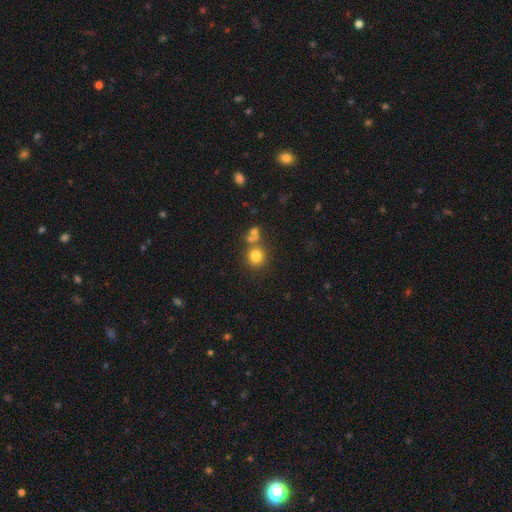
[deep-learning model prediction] Smooth or featured? smooth (79%)
How rounded? round (88%)
Merging? none (67%)